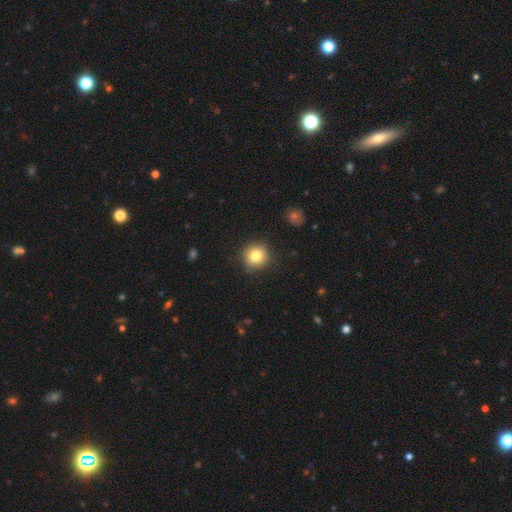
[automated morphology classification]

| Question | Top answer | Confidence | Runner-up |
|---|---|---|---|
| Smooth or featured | smooth | 82% | star or artifact (10%) |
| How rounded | round | 92% | in between (7%) |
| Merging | none | 88% | minor disturbance (8%) |